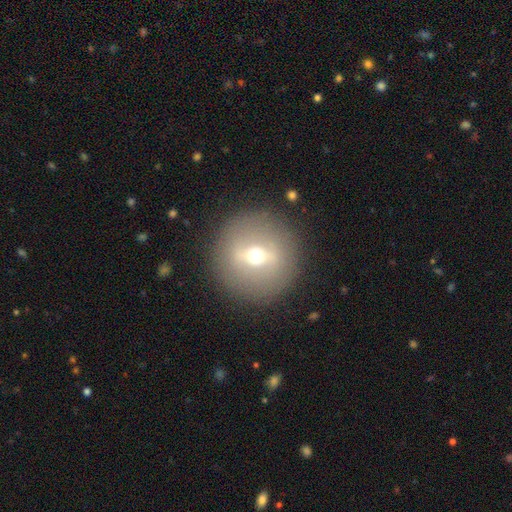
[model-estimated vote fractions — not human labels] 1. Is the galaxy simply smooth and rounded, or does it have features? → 53% featured or disk, 36% smooth, 11% star or artifact.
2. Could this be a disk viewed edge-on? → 78% no, 22% yes.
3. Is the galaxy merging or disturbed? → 89% none, 6% minor disturbance, 3% major disturbance, 1% merger.